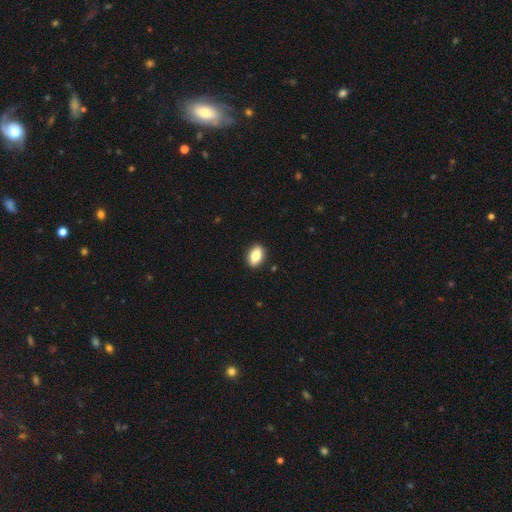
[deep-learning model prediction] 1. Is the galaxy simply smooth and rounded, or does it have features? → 81% smooth, 11% featured or disk, 8% star or artifact.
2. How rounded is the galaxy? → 86% in between, 10% round, 3% cigar-shaped.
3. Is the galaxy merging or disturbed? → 90% none, 8% minor disturbance, 2% major disturbance, 1% merger.